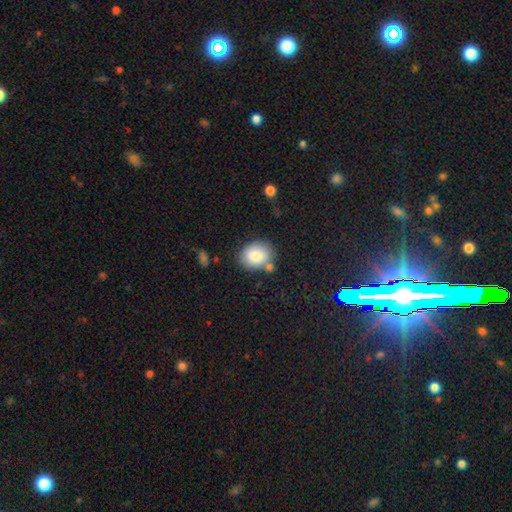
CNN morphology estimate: A smooth galaxy with no disk features (82%) that is round (51%).

Vote fractions:
- Smooth or featured? smooth: 82% / featured or disk: 11% / star or artifact: 8%
- How rounded? round: 51% / in between: 48% / cigar-shaped: 1%
- Merging? none: 71% / minor disturbance: 15% / merger: 10% / major disturbance: 4%